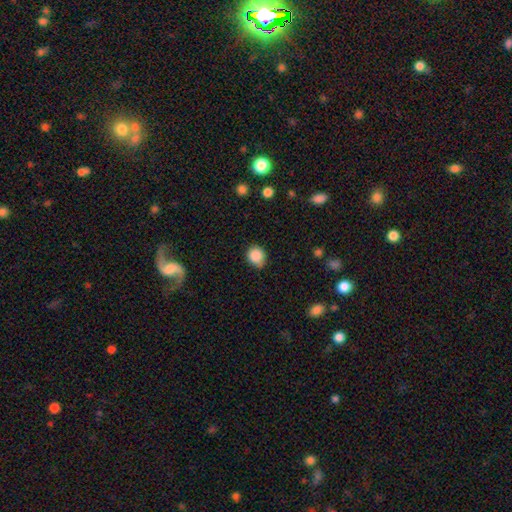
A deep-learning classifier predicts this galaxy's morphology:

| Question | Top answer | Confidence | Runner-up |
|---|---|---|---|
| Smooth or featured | smooth | 87% | star or artifact (9%) |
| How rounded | round | 68% | in between (31%) |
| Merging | none | 70% | minor disturbance (24%) |